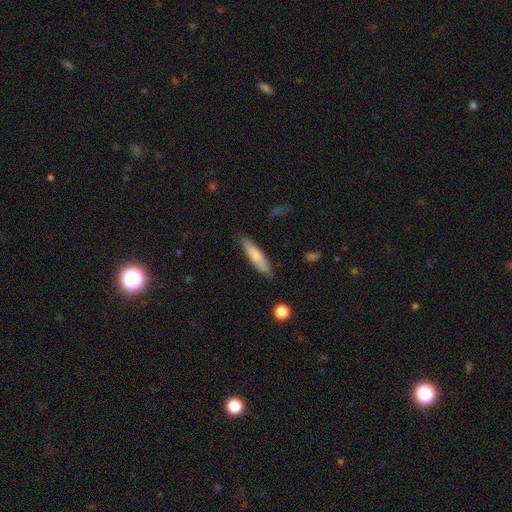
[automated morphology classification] smooth-or-featured: smooth: 71% | featured or disk: 23% | star or artifact: 6%
  how-rounded: cigar-shaped: 81% | in between: 18% | round: 2%
  merging: none: 86% | minor disturbance: 11% | major disturbance: 2% | merger: 1%